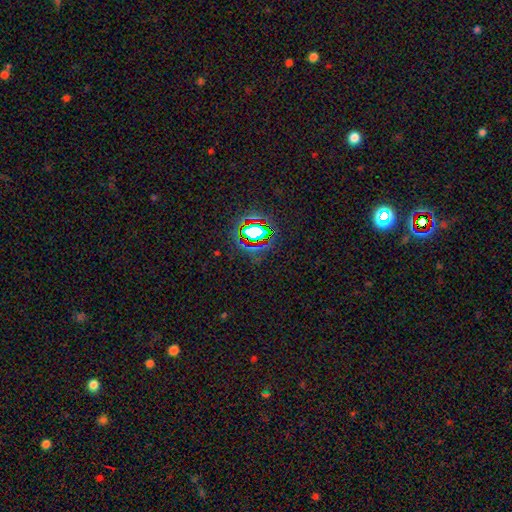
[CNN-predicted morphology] Smooth or featured: star or artifact — 79% (smooth — 12%)